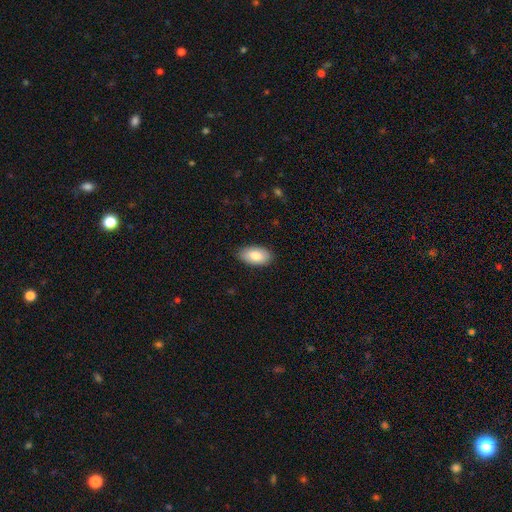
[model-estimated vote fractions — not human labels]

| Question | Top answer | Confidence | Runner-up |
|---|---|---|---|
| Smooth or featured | smooth | 83% | featured or disk (11%) |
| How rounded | in between | 95% | round (3%) |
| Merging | none | 87% | minor disturbance (10%) |